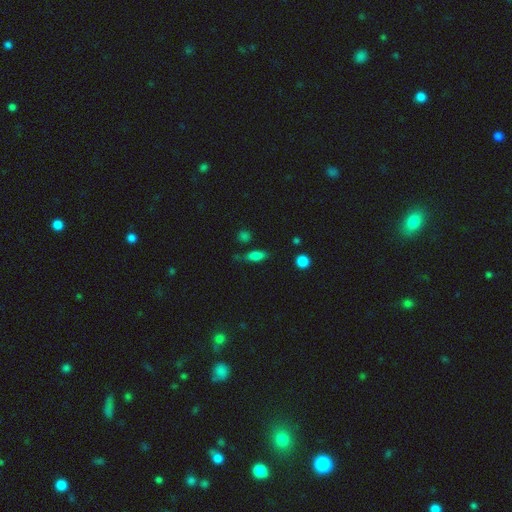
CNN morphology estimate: This is likely a smooth galaxy (77%). How rounded: likely in between (69%). Merging: likely none (67%).